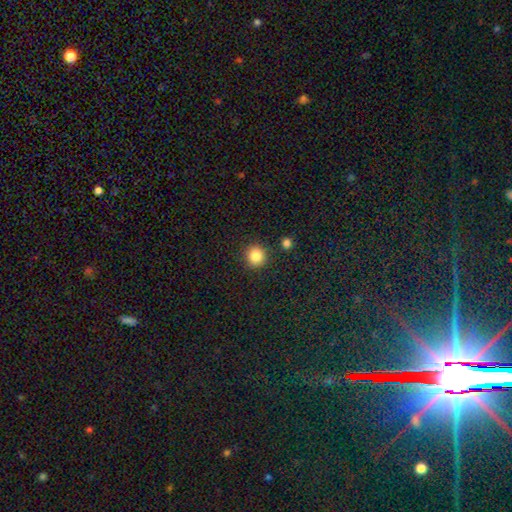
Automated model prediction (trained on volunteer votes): Overall: smooth (85%). How rounded: round (92%). Merging: none (89%).